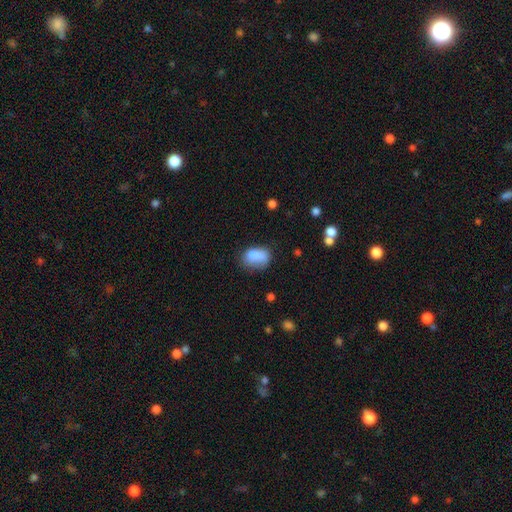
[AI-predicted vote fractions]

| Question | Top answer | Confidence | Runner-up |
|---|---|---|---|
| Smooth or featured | smooth | 82% | star or artifact (9%) |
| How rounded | in between | 83% | round (15%) |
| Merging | none | 50% | minor disturbance (32%) |